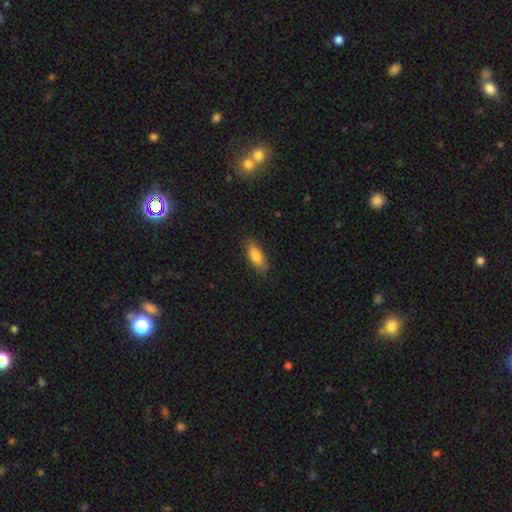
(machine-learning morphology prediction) The model was most divided on "how rounded": in between: 77%, cigar-shaped: 21%, round: 2%. More confident: smooth or featured — smooth (82%); merging — none (82%).